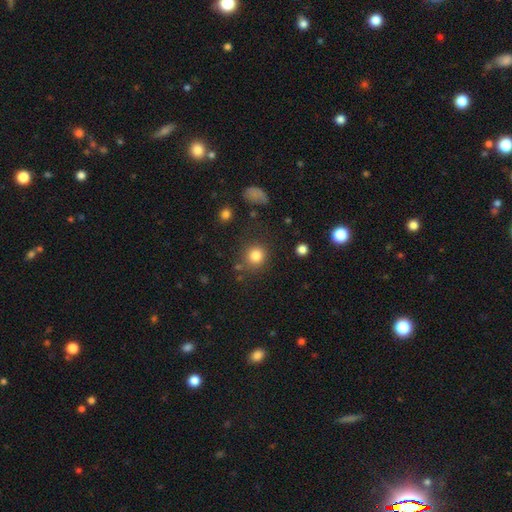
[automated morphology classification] Smooth or featured? Predicted: smooth (p=0.83). How rounded? Predicted: round (p=0.89). Merging? Predicted: none (p=0.79).